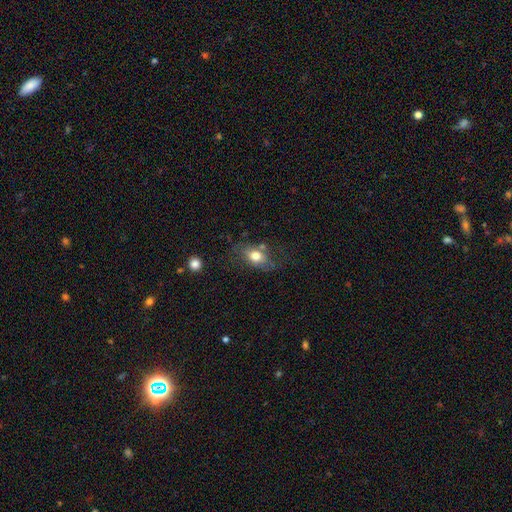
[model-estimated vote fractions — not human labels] Smooth or featured? smooth (72%)
How rounded? in between (79%)
Merging? none (57%)